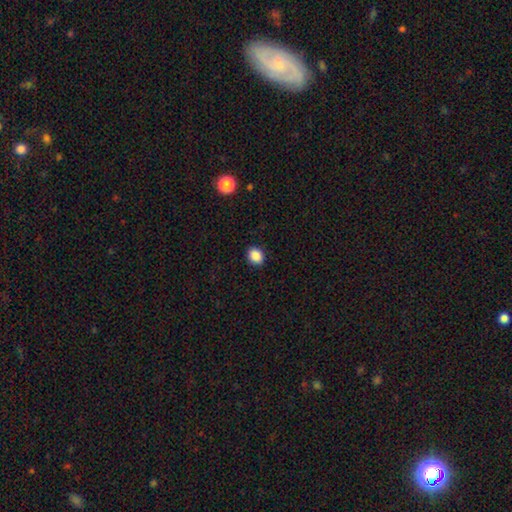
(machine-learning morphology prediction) A smooth galaxy with no disk features (88%) that is round (57%). Merging: none (90%).